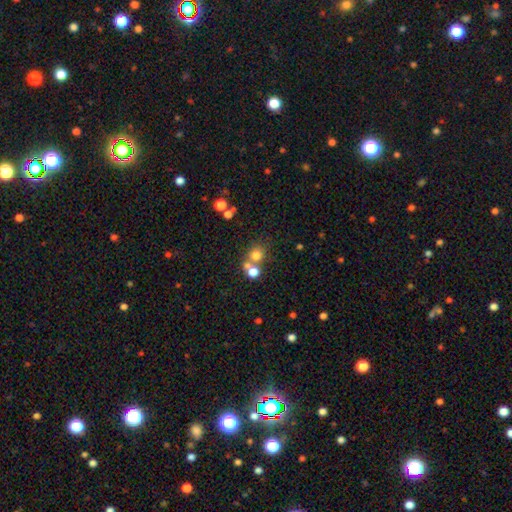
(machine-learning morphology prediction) The model was most divided on "merging": none: 54%, merger: 35%, minor disturbance: 7%, major disturbance: 4%. More confident: how rounded — round (81%); smooth or featured — smooth (65%).